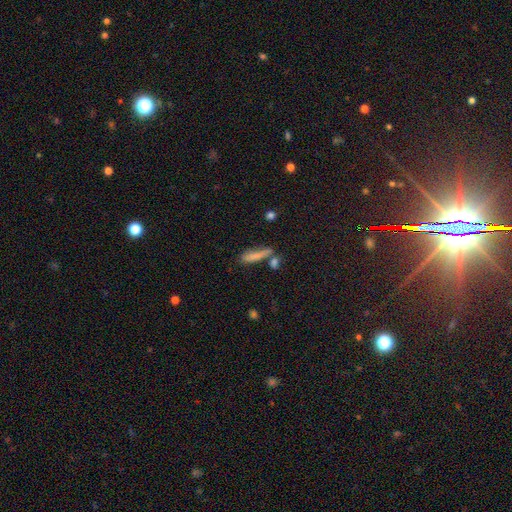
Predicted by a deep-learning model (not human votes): Overall: smooth (76%). How rounded: cigar-shaped (77%). Merging: none (58%; minor disturbance 18%).